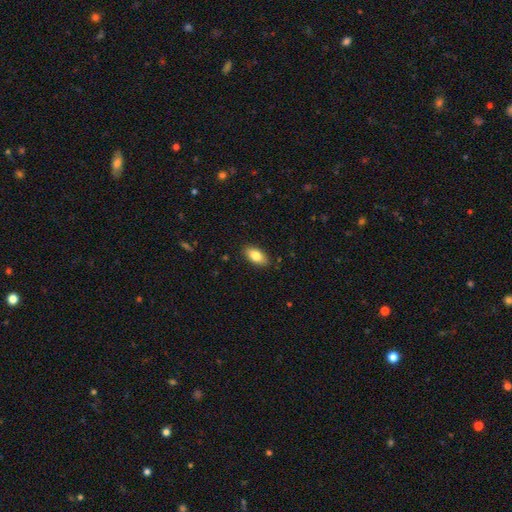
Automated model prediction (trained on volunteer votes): A smooth galaxy with no disk features (84%) that is in between round and cigar-shaped (92%).

Vote fractions:
- Smooth or featured? smooth: 84% / featured or disk: 10% / star or artifact: 7%
- How rounded? in between: 92% / cigar-shaped: 5% / round: 3%
- Merging? none: 88% / minor disturbance: 9% / major disturbance: 2% / merger: 1%